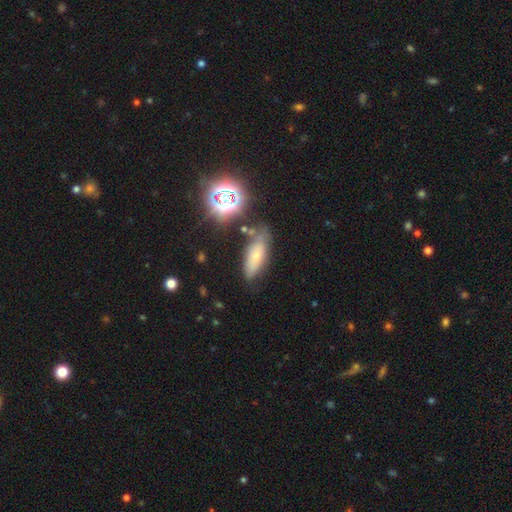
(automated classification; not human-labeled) smooth-or-featured: smooth: 61% | featured or disk: 22% | star or artifact: 17%
  how-rounded: in between: 69% | cigar-shaped: 27% | round: 5%
  merging: none: 63% | minor disturbance: 22% | major disturbance: 7% | merger: 7%